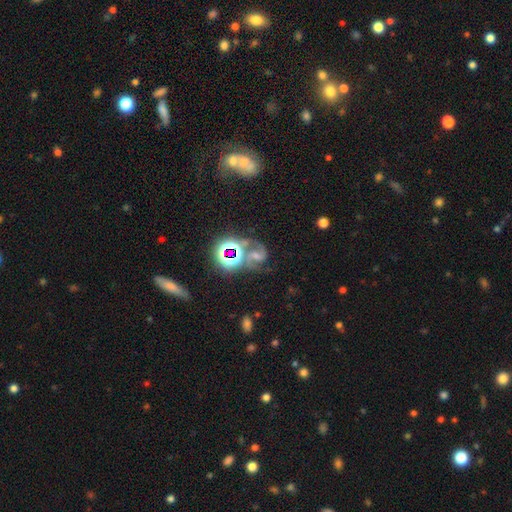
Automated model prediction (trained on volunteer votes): A featured or disk galaxy (55%) with no bar (46%), spiral arms (91%) and a moderate central bulge (45%).

Vote fractions:
- Smooth or featured? featured or disk: 55% / star or artifact: 31% / smooth: 13%
- Edge-on disk? no: 96% / yes: 4%
- Bar? no: 46% / weak: 34% / strong: 19%
- Spiral arms? yes: 91% / no: 9%
- Bulge size? moderate: 45% / small: 30% / large: 11% / none: 10% / dominant: 3%
- Merging? none: 50% / minor disturbance: 17% / merger: 16% / major disturbance: 16%